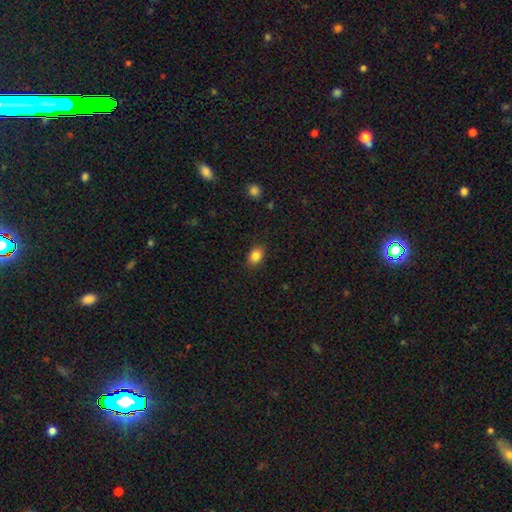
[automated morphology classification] smooth_or_featured: smooth (p=0.85) [alt: star or artifact p=0.09]
how_rounded: in between (p=0.72) [alt: round p=0.27]
merging: none (p=0.87) [alt: minor disturbance p=0.09]